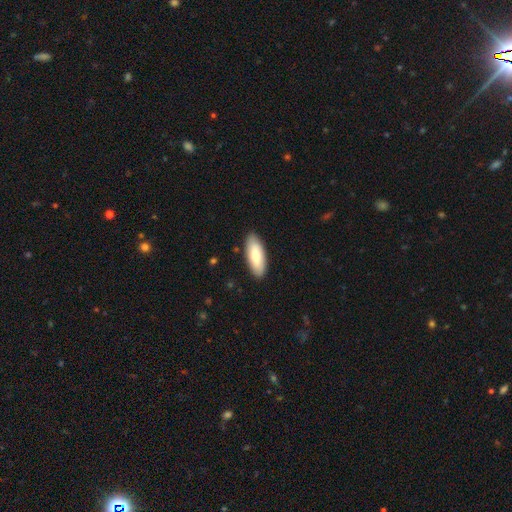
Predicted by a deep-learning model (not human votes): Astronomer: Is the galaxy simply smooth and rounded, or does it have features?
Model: smooth — 75%.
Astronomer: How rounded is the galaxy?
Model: in between — 80%.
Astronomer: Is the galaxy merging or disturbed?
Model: none — 88%.